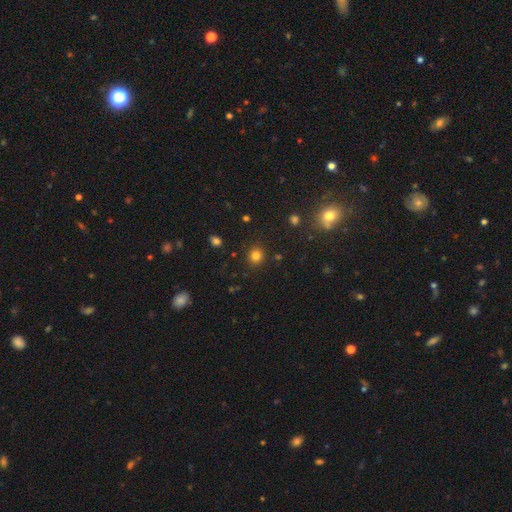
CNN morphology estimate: The model was most divided on "smooth or featured": smooth: 80%, star or artifact: 15%, featured or disk: 5%. More confident: merging — none (88%); how rounded — round (87%).